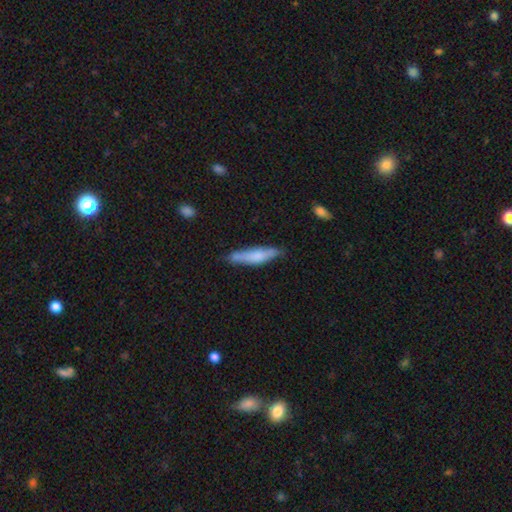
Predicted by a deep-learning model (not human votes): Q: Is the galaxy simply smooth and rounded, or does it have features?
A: smooth — 60%.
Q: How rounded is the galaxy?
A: cigar-shaped — 82%.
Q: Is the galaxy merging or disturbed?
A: none — 75%.